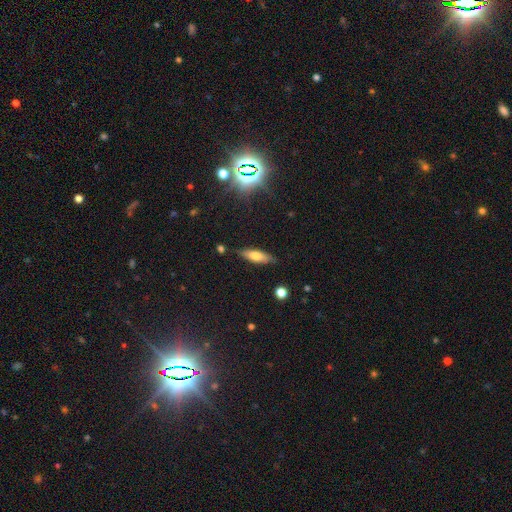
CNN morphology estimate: type=smooth (66%); roundness=in between (51%); merging=none (81%).